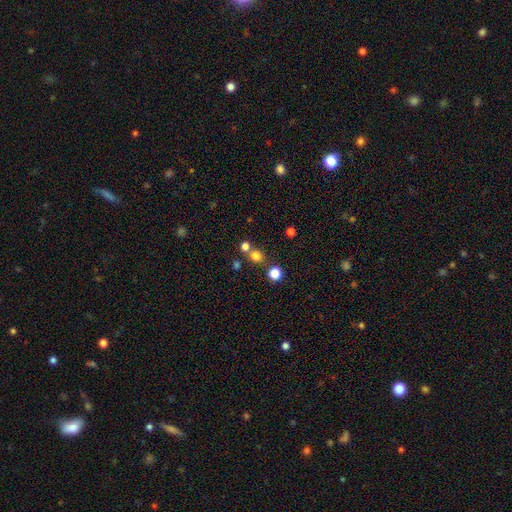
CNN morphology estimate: A smooth galaxy with no disk features (76%) that is round (84%).

Vote fractions:
- Smooth or featured? smooth: 76% / star or artifact: 18% / featured or disk: 7%
- How rounded? round: 84% / in between: 15% / cigar-shaped: 1%
- Merging? none: 68% / merger: 22% / minor disturbance: 7% / major disturbance: 3%